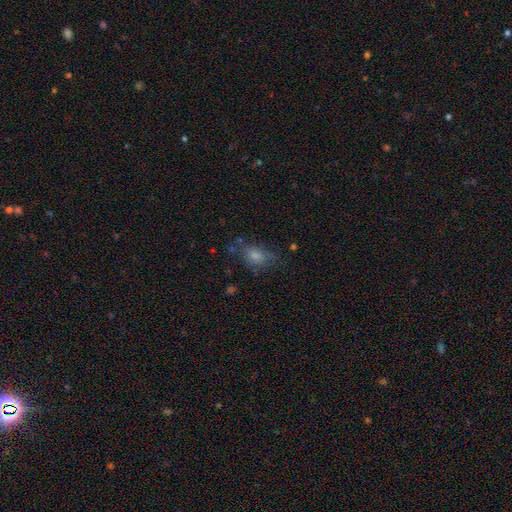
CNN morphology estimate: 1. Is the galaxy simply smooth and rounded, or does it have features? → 75% smooth, 13% featured or disk, 12% star or artifact.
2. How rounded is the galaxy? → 74% in between, 23% round, 3% cigar-shaped.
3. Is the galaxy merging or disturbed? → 57% none, 26% minor disturbance, 12% major disturbance, 5% merger.